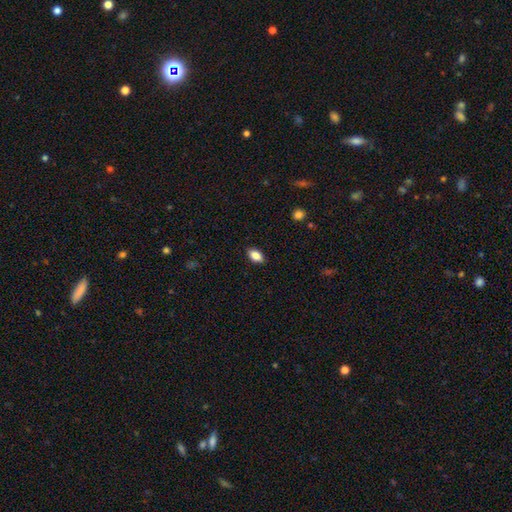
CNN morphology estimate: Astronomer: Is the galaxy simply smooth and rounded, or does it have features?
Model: smooth — 85%.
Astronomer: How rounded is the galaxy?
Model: in between — 90%.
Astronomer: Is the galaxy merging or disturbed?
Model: none — 88%.